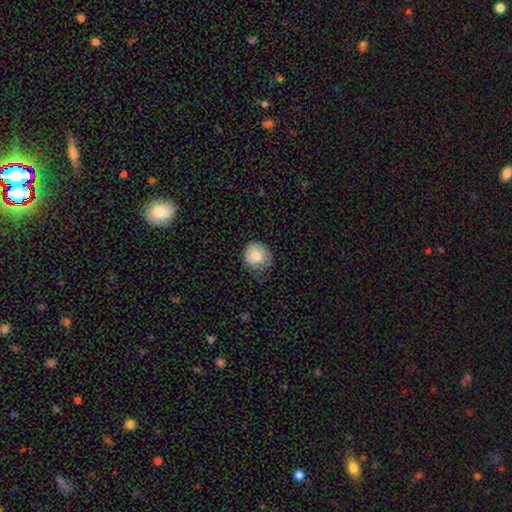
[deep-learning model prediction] Morphology: type=smooth (82%); roundness=round (84%); merging=none (66%).